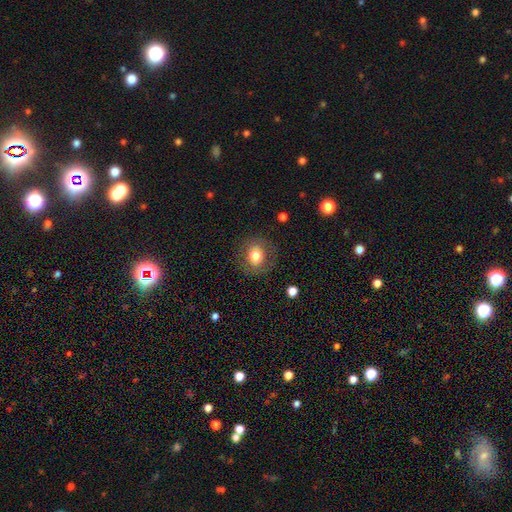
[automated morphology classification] Smooth or featured: smooth — 73% (featured or disk — 17%)
How rounded: round — 76% (in between — 23%)
Merging: none — 82% (minor disturbance — 11%)